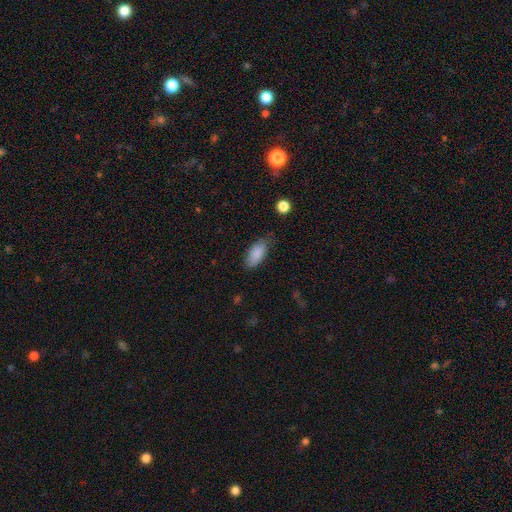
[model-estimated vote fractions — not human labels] A smooth galaxy with no disk features (87%) that is in between round and cigar-shaped (89%).

Vote fractions:
- Smooth or featured? smooth: 87% / featured or disk: 7% / star or artifact: 7%
- How rounded? in between: 89% / cigar-shaped: 9% / round: 2%
- Merging? none: 66% / minor disturbance: 26% / major disturbance: 6% / merger: 2%